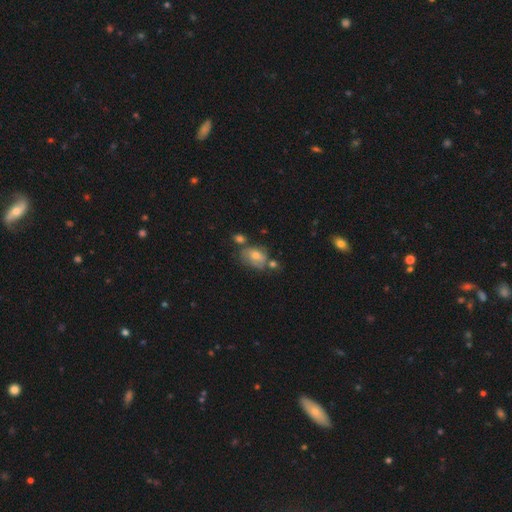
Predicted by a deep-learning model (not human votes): smooth-or-featured: smooth: 55% | featured or disk: 30% | star or artifact: 15%
  how-rounded: in between: 67% | round: 31% | cigar-shaped: 2%
  merging: none: 53% | minor disturbance: 22% | merger: 17% | major disturbance: 8%